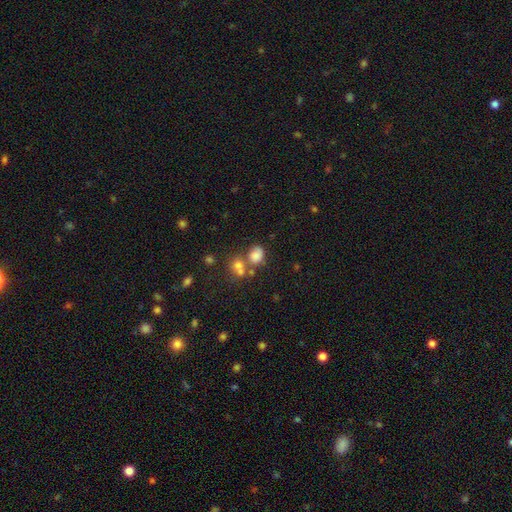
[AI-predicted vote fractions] Smooth or featured?
  - smooth: 76% *
  - star or artifact: 13%
  - featured or disk: 11%
How rounded?
  - round: 54% *
  - in between: 45%
  - cigar-shaped: 1%
Merging?
  - none: 44% *
  - merger: 34%
  - minor disturbance: 14%
  - major disturbance: 7%